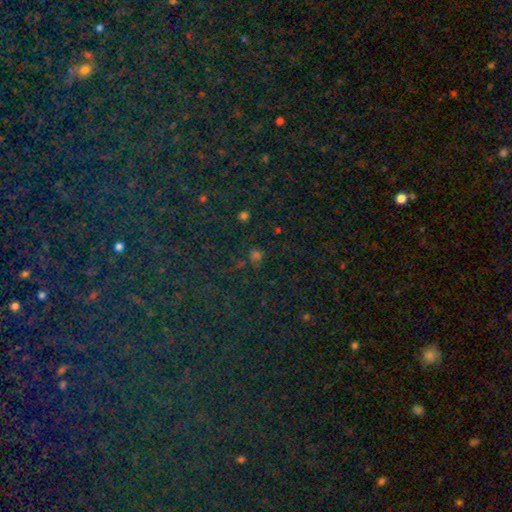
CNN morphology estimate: Smooth or featured? star or artifact (54%)